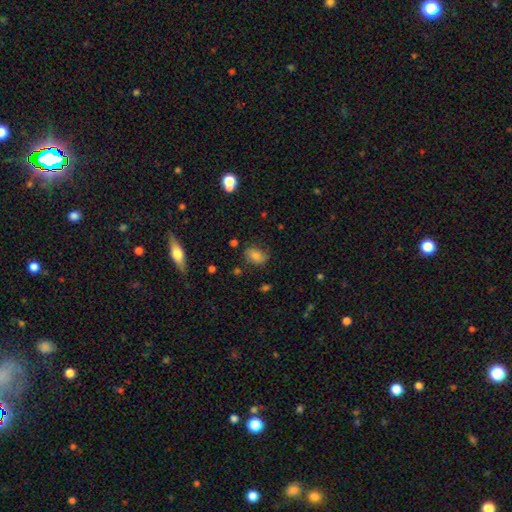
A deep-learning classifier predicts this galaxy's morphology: The model was most divided on "smooth or featured": smooth: 67%, featured or disk: 21%, star or artifact: 12%. More confident: how rounded — in between (75%); merging — none (68%).